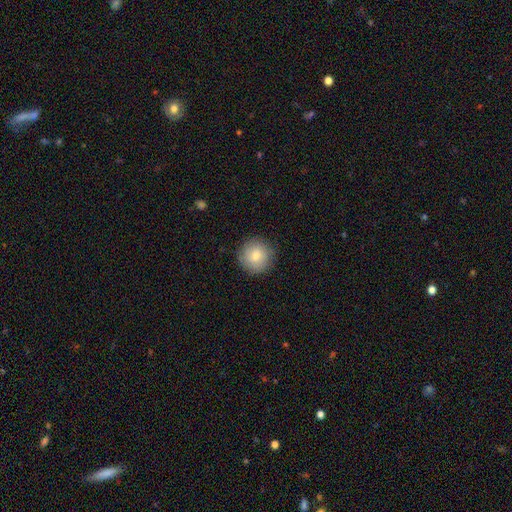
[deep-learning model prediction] Smooth or featured: smooth — 79% (featured or disk — 14%)
How rounded: round — 94% (in between — 5%)
Merging: none — 87% (minor disturbance — 9%)